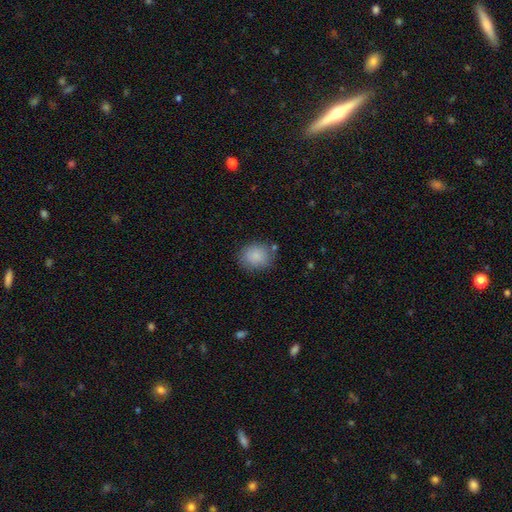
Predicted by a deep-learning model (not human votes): Overall: smooth (86%). How rounded: round (65%; in between 34%). Merging: none (78%).